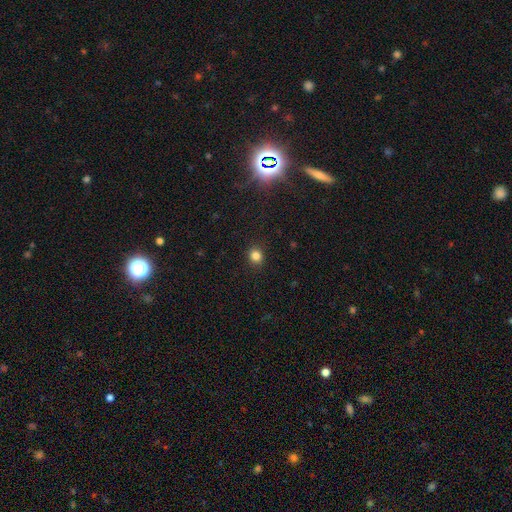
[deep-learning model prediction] A smooth galaxy with no disk features (83%) that is round (83%). Merging: none (91%).